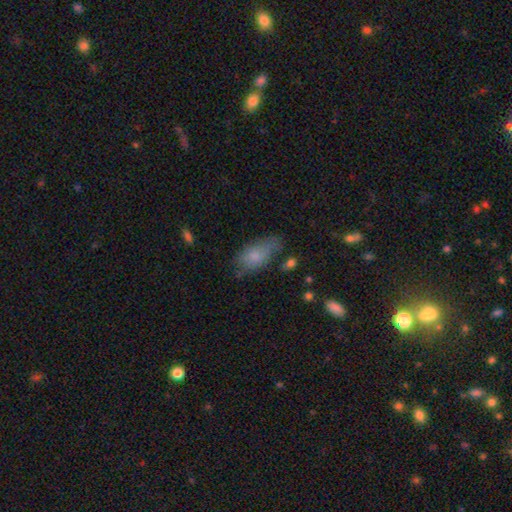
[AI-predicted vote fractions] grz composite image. It shows a smooth galaxy with no disk features (74%) that is in between round and cigar-shaped (89%). Merging: none (48%).